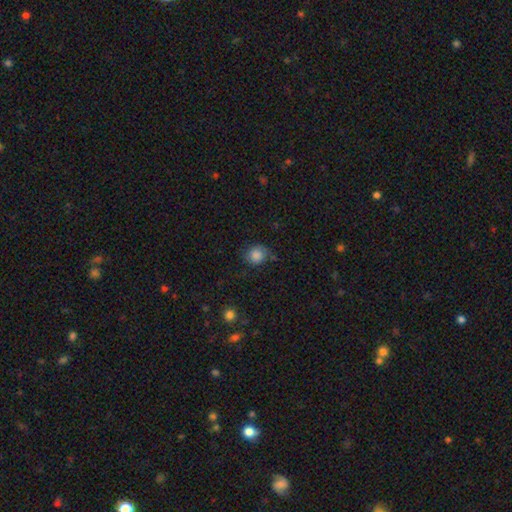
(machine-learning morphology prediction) A smooth galaxy with no disk features (83%) that is round (80%).

Vote fractions:
- Smooth or featured? smooth: 83% / star or artifact: 9% / featured or disk: 7%
- How rounded? round: 80% / in between: 19% / cigar-shaped: 1%
- Merging? none: 69% / minor disturbance: 23% / major disturbance: 6% / merger: 3%